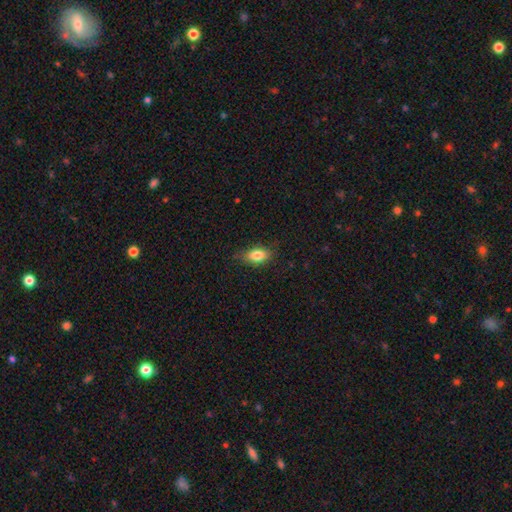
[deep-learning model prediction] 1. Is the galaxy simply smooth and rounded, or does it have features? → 81% smooth, 11% featured or disk, 8% star or artifact.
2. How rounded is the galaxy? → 85% in between, 9% round, 6% cigar-shaped.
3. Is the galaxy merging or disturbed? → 79% none, 17% minor disturbance, 3% major disturbance, 1% merger.